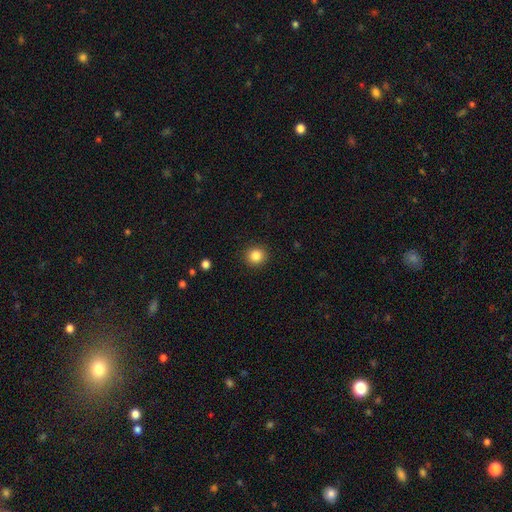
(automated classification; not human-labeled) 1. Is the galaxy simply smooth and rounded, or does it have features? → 85% smooth, 10% star or artifact, 5% featured or disk.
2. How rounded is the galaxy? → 89% round, 10% in between, 1% cigar-shaped.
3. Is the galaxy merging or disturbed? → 91% none, 6% minor disturbance, 2% major disturbance, 1% merger.